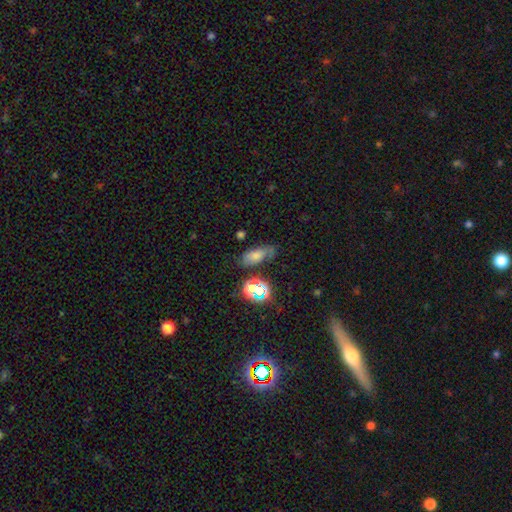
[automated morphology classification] Overall: smooth (44%; star or artifact 31%). Merging: none (66%).